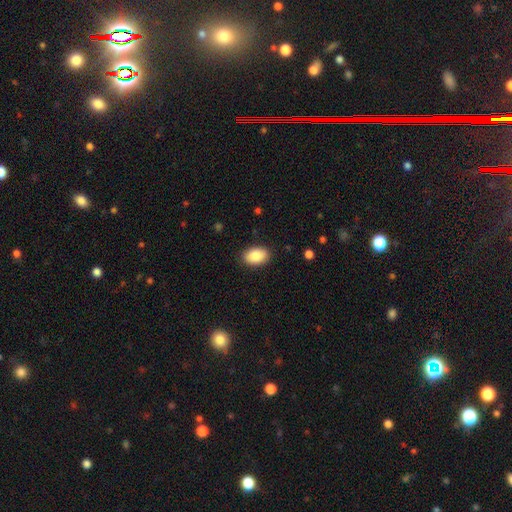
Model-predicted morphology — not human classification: The model was most divided on "how rounded": in between: 89%, round: 10%, cigar-shaped: 1%. More confident: merging — none (88%); smooth or featured — smooth (87%).